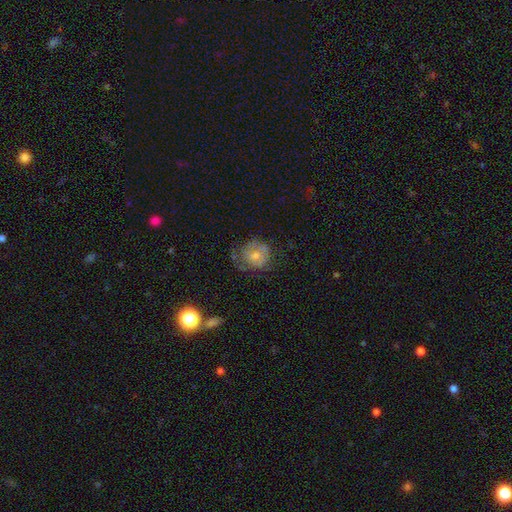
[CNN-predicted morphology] This appears to be a smooth galaxy with no disk features (45%). Merging: none (54%).